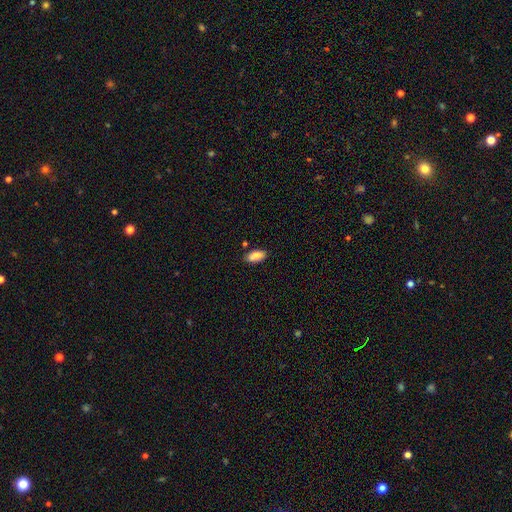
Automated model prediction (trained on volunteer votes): Q: Smooth or featured?
A: smooth (87%); runner-up: star or artifact (7%)
Q: How rounded?
A: in between (89%); runner-up: cigar-shaped (9%)
Q: Merging?
A: none (81%); runner-up: minor disturbance (14%)